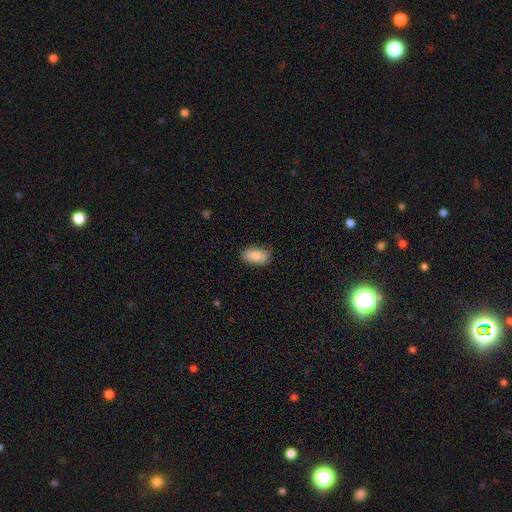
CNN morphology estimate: smooth_or_featured: smooth (p=0.84) [alt: featured or disk p=0.09]
how_rounded: in between (p=0.92) [alt: round p=0.04]
merging: none (p=0.82) [alt: minor disturbance p=0.14]